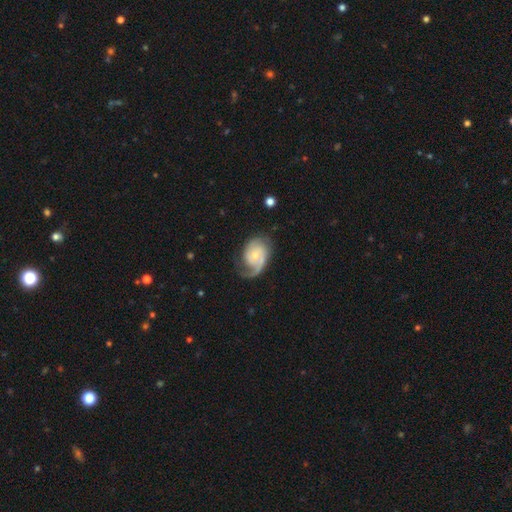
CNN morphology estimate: A featured or disk galaxy (81%) with no bar (67%), 2 (44%, tied with 1) medium (42%) spiral arms (95%) and a small central bulge (62%).

Vote fractions:
- Smooth or featured? featured or disk: 81% / smooth: 14% / star or artifact: 5%
- Edge-on disk? no: 97% / yes: 3%
- Bar? no: 67% / weak: 28% / strong: 5%
- Spiral arms? yes: 95% / no: 5%
- Spiral winding? medium: 42% / tight: 31% / loose: 27%
- Spiral arm count? 2: 44% (tied) / 1: 44% (tied) / can't tell: 7% / 3: 3% / 4: 1% / more than 4: 1%
- Bulge size? small: 62% / moderate: 31% / none: 3% / large: 2% / dominant: 1%
- Merging? none: 52% / minor disturbance: 23% / major disturbance: 22% / merger: 2%